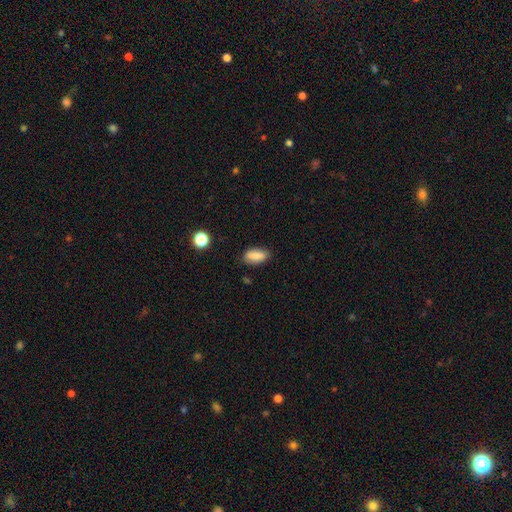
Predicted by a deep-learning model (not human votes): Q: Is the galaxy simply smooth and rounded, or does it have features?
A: smooth — 83%.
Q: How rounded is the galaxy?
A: in between — 83%.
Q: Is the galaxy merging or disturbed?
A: none — 80%.